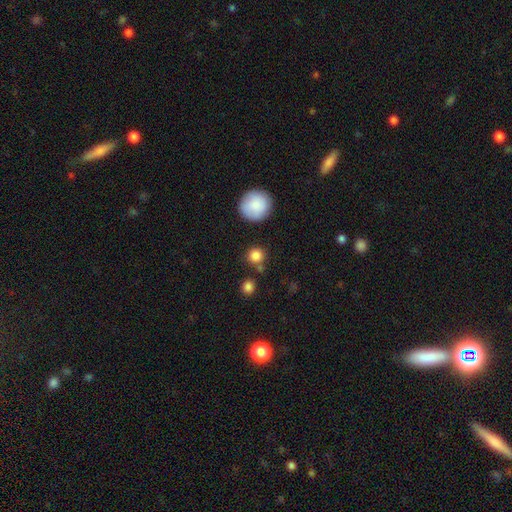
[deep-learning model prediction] Smooth or featured: smooth — 85% (star or artifact — 10%)
How rounded: round — 92% (in between — 7%)
Merging: none — 75% (merger — 12%)